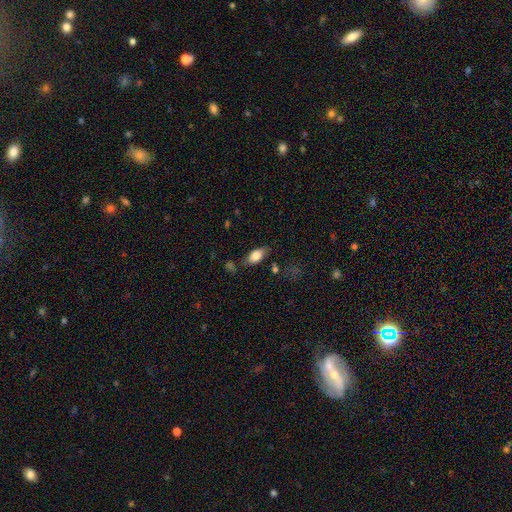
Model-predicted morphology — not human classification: smooth-or-featured: smooth: 80% | featured or disk: 13% | star or artifact: 7%
  how-rounded: in between: 90% | cigar-shaped: 6% | round: 4%
  merging: none: 72% | minor disturbance: 18% | merger: 5% | major disturbance: 5%